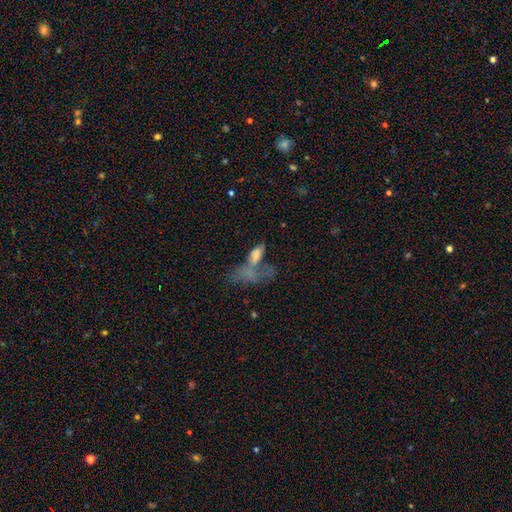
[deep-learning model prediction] A smooth galaxy with no disk features (59%) that is in between round and cigar-shaped (74%). Merging: merger (45%).